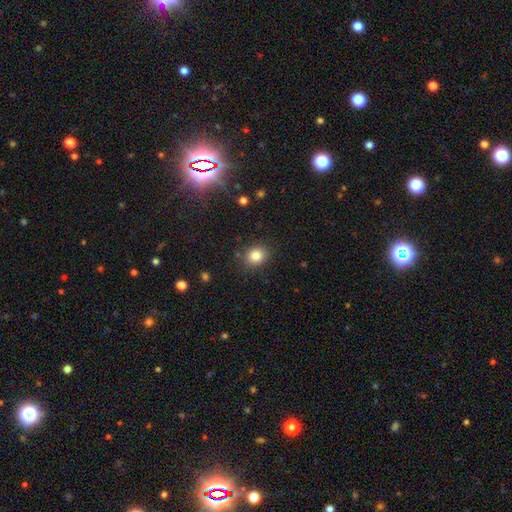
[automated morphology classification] Smooth or featured? smooth (83%)
How rounded? round (66%)
Merging? none (86%)